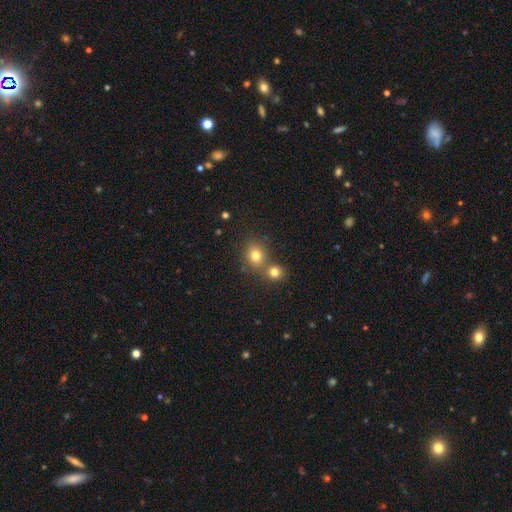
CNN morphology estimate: smooth-or-featured: smooth: 77% | star or artifact: 14% | featured or disk: 8%
  how-rounded: round: 78% | in between: 21% | cigar-shaped: 1%
  merging: none: 54% | merger: 36% | minor disturbance: 7% | major disturbance: 3%